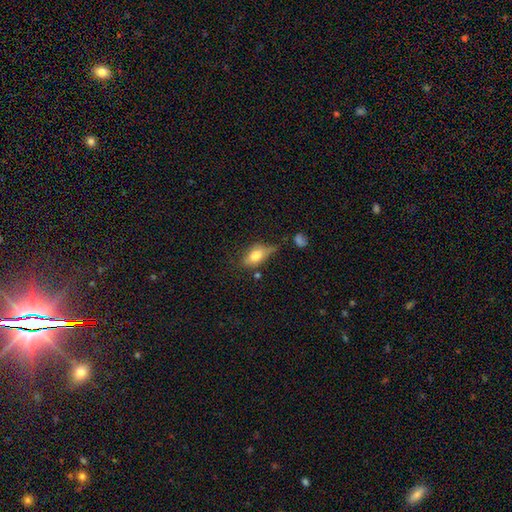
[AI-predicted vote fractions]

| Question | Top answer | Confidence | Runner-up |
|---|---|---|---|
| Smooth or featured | smooth | 71% | featured or disk (20%) |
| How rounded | in between | 84% | round (8%) |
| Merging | none | 45% | minor disturbance (32%) |